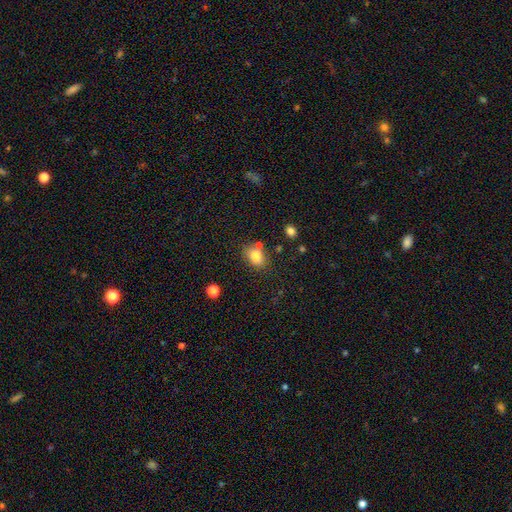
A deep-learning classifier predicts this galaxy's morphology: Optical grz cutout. It shows a smooth galaxy with no disk features (81%) that is in between round and cigar-shaped (69%). Merging: none (65%).